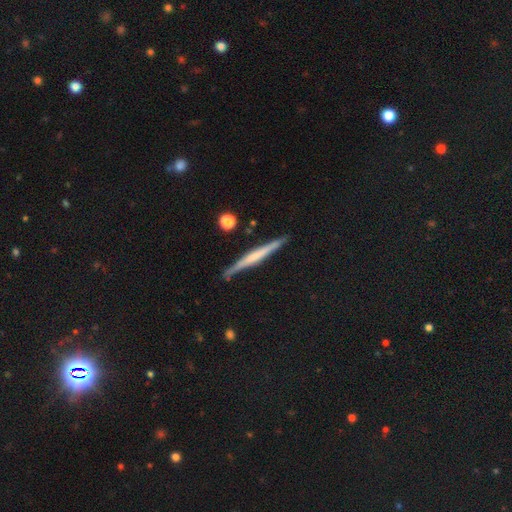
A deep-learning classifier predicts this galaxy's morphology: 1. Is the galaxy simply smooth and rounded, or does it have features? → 61% featured or disk, 33% smooth, 6% star or artifact.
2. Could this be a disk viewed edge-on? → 97% yes, 3% no.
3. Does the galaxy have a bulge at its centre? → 53% none, 25% rounded, 22% boxy.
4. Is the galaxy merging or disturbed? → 85% none, 11% minor disturbance, 2% merger, 2% major disturbance.